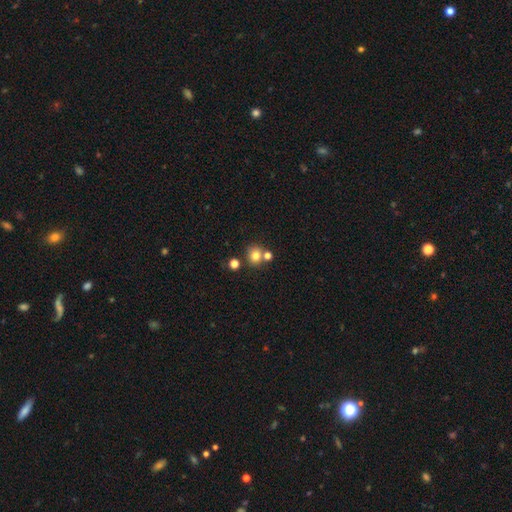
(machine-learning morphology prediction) Smooth or featured: smooth — 76% (star or artifact — 14%)
How rounded: round — 86% (in between — 13%)
Merging: none — 66% (merger — 23%)